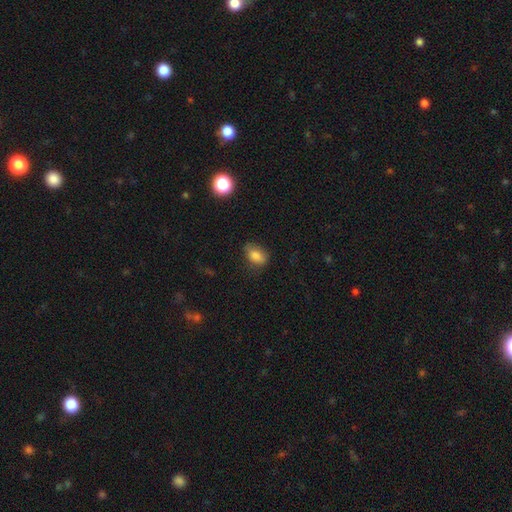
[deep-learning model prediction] smooth_or_featured: smooth (p=0.83) [alt: star or artifact p=0.09]
how_rounded: in between (p=0.80) [alt: round p=0.18]
merging: none (p=0.68) [alt: minor disturbance p=0.24]